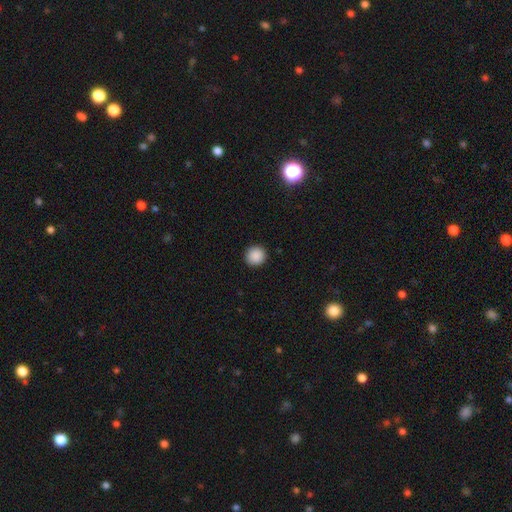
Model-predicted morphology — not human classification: The model was most divided on "smooth or featured": smooth: 89%, star or artifact: 9%, featured or disk: 2%. More confident: how rounded — round (94%); merging — none (92%).